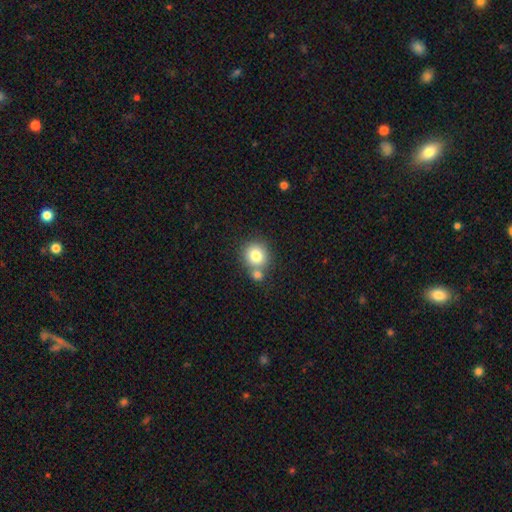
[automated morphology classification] smooth_or_featured: smooth (p=0.79) [alt: featured or disk p=0.10]
how_rounded: round (p=0.86) [alt: in between p=0.13]
merging: none (p=0.57) [alt: merger p=0.32]